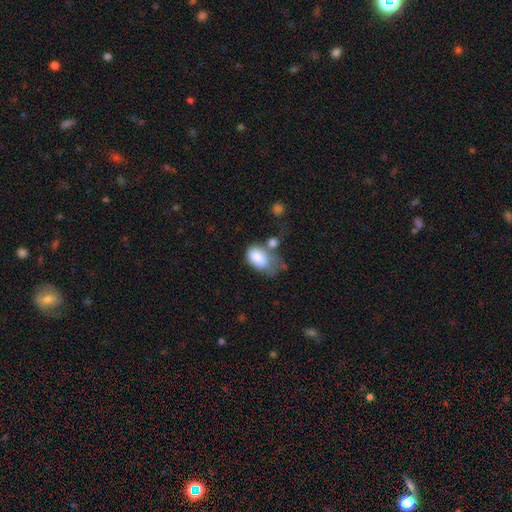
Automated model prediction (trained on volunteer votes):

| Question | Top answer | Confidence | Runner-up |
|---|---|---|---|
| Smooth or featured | smooth | 78% | featured or disk (14%) |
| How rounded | in between | 88% | round (10%) |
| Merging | major disturbance | 31% | merger (25%) |